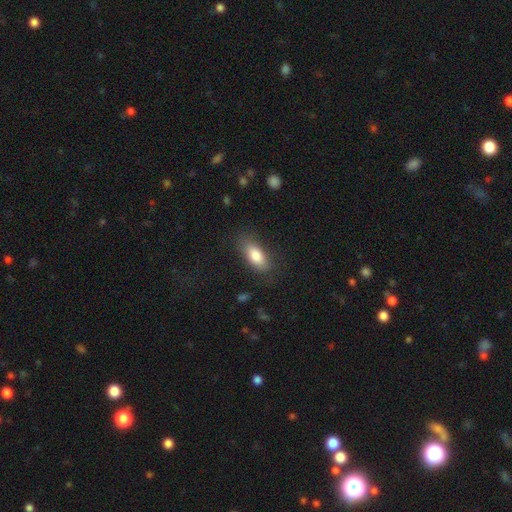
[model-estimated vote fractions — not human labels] The model was most divided on "merging": none: 78%, minor disturbance: 16%, major disturbance: 5%, merger: 1%. More confident: how rounded — in between (83%); smooth or featured — smooth (82%).